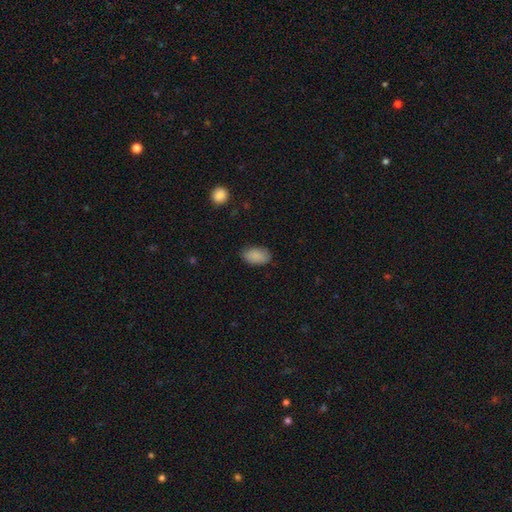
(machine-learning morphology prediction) Smooth or featured: smooth — 89% (star or artifact — 7%)
How rounded: in between — 93% (round — 5%)
Merging: none — 82% (minor disturbance — 14%)